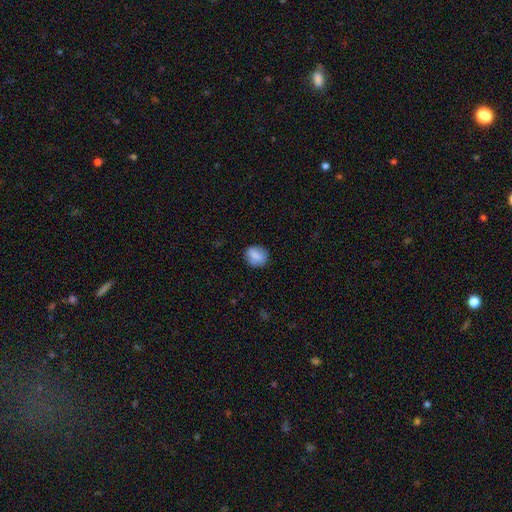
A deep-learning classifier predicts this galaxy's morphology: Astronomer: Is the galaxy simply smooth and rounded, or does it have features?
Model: smooth — 83%.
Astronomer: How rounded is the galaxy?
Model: round — 60% (runner-up: in between, 39%).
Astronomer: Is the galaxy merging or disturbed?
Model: none — 83%.